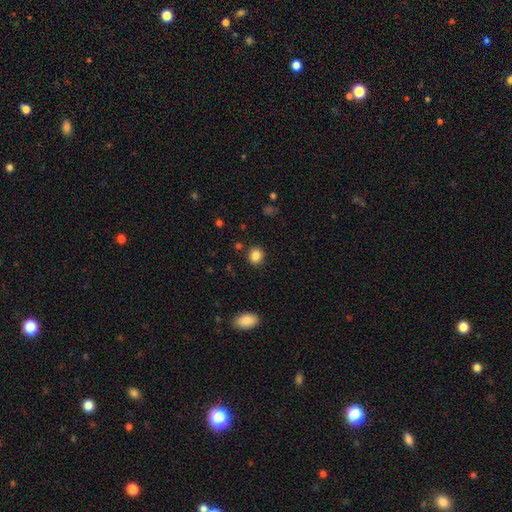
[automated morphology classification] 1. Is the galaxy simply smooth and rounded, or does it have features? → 85% smooth, 10% star or artifact, 5% featured or disk.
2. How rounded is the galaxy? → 77% round, 22% in between, 1% cigar-shaped.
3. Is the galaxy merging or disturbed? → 88% none, 7% minor disturbance, 2% major disturbance, 2% merger.